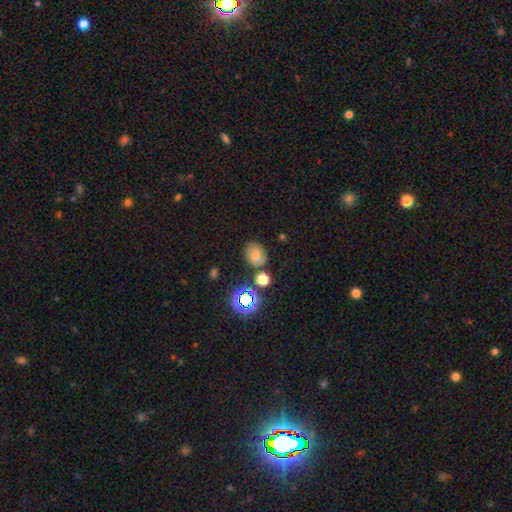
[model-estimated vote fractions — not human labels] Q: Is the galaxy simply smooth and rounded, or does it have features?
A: smooth — 70%.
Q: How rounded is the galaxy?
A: in between — 54%.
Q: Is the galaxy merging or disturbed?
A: none — 71%.